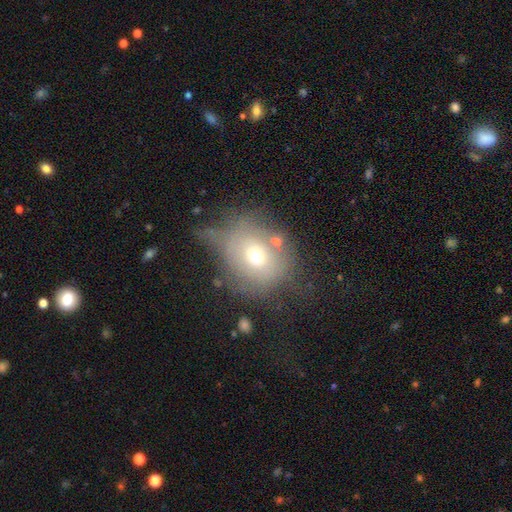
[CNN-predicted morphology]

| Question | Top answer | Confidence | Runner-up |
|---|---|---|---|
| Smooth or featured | smooth | 59% | featured or disk (28%) |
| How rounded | round | 71% | in between (28%) |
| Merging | none | 40% | minor disturbance (27%) |